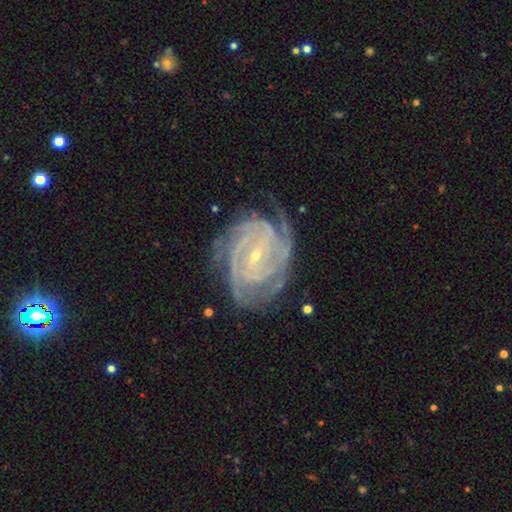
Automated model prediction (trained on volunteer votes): smooth_or_featured: featured or disk (p=0.92) [alt: star or artifact p=0.05]
disk_edge_on: no (p=0.97) [alt: yes p=0.03]
bar: weak (p=0.42) [alt: no p=0.31]
has_spiral_arms: yes (p=0.98) [alt: no p=0.02]
spiral_winding: tight (p=0.76) [alt: medium p=0.22]
spiral_arm_count: 3 (p=0.26) [tied with: 4 p=0.26]
bulge_size: small (p=0.81) [alt: moderate p=0.16]
merging: none (p=0.73) [alt: minor disturbance p=0.19]